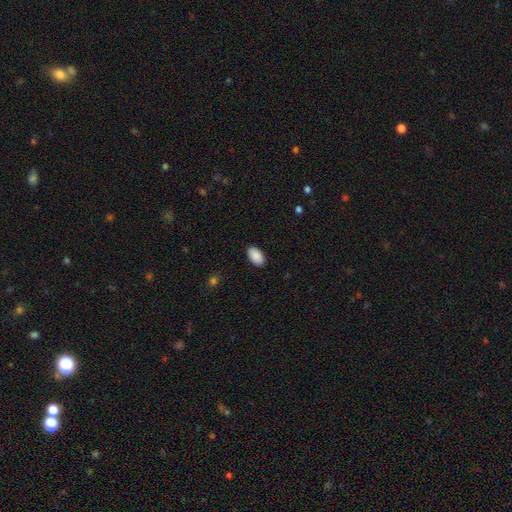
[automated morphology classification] smooth_or_featured: smooth (p=0.90) [alt: star or artifact p=0.07]
how_rounded: in between (p=0.94) [alt: round p=0.05]
merging: none (p=0.89) [alt: minor disturbance p=0.08]